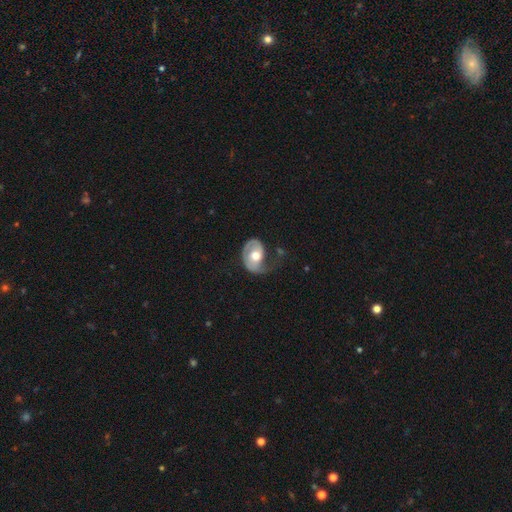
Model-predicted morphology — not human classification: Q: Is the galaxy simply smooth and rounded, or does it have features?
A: featured or disk — 63%.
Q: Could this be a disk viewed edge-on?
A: no — 96%.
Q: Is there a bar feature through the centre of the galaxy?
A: no — 73%.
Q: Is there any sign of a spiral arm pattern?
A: yes — 74%.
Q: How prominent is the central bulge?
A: moderate — 70%.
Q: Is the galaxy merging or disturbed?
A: major disturbance — 41%.